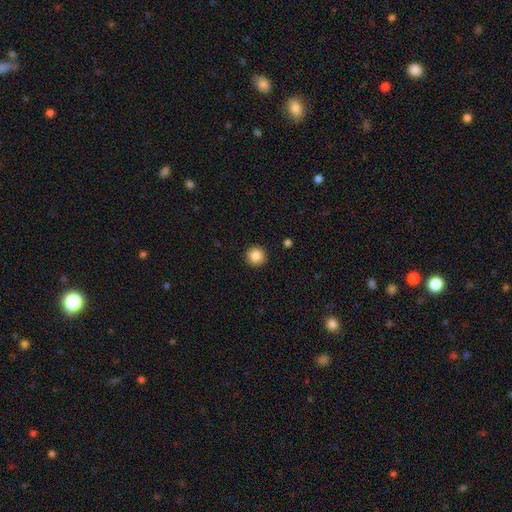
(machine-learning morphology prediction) A smooth galaxy with no disk features (85%) that is round (96%).

Vote fractions:
- Smooth or featured? smooth: 85% / star or artifact: 10% / featured or disk: 5%
- How rounded? round: 96% / in between: 3% / cigar-shaped: 1%
- Merging? none: 93% / minor disturbance: 4% / major disturbance: 1% / merger: 1%